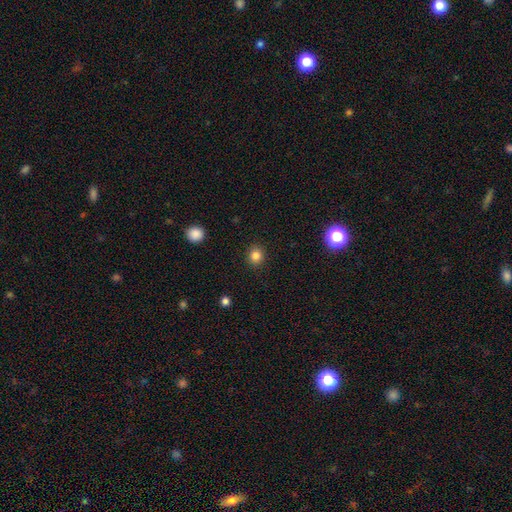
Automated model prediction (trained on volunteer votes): A smooth galaxy with no disk features (83%) that is round (86%). Merging: none (91%).